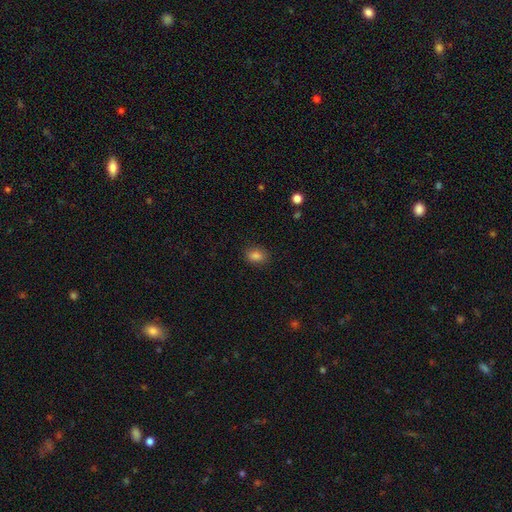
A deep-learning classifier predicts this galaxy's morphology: smooth-or-featured: smooth: 84% | star or artifact: 11% | featured or disk: 5%
  how-rounded: in between: 70% | round: 29% | cigar-shaped: 1%
  merging: none: 87% | minor disturbance: 9% | major disturbance: 2% | merger: 1%